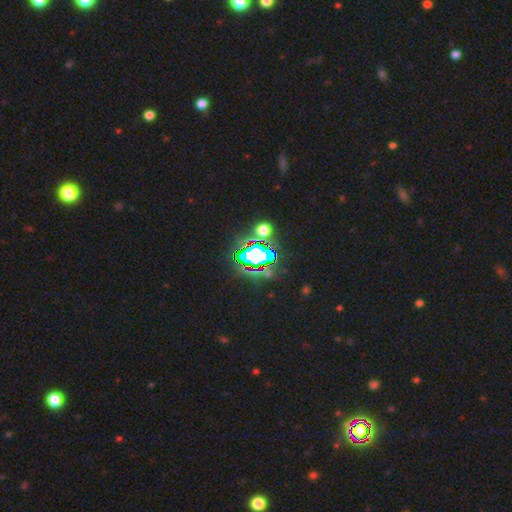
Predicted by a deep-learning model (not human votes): This appears to be a star or artifact, not a galaxy (69%).